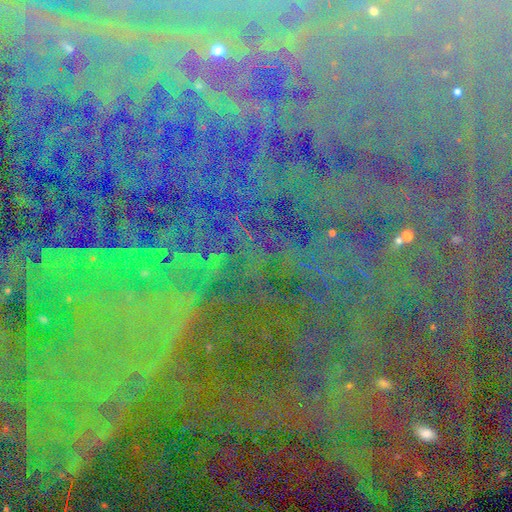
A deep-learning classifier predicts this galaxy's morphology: type=star or artifact (85%).